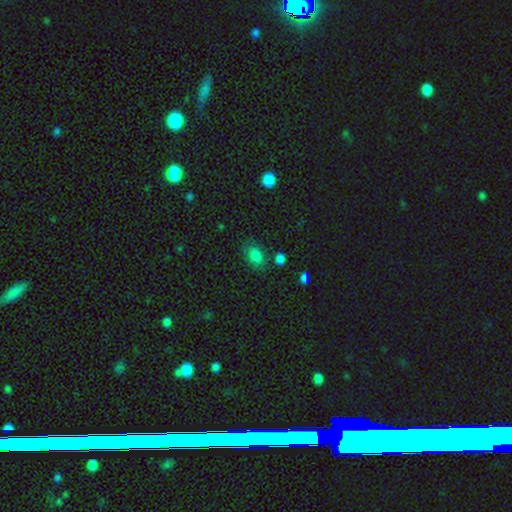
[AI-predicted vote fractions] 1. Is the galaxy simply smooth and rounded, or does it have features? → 79% smooth, 13% star or artifact, 8% featured or disk.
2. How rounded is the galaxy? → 81% in between, 17% round, 2% cigar-shaped.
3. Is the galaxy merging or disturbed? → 72% none, 17% minor disturbance, 5% merger, 5% major disturbance.